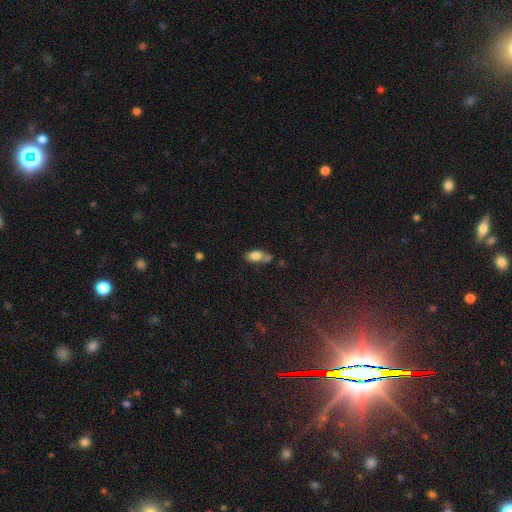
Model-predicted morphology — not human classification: A smooth galaxy with no disk features (79%) that is in between round and cigar-shaped (87%). Merging: none (45%).